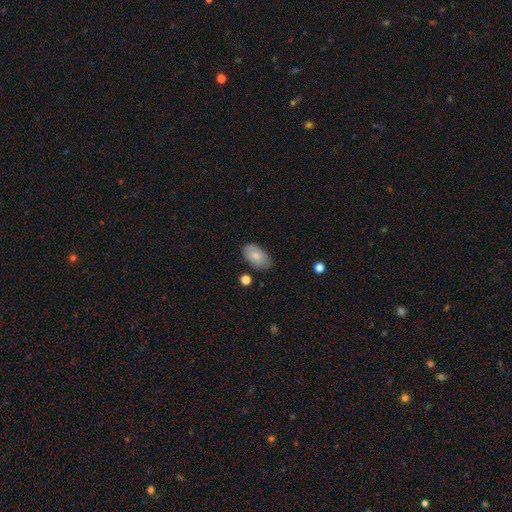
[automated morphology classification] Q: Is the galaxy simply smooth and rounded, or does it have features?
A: smooth — 79%.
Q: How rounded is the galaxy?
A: in between — 94%.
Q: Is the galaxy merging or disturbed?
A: none — 77%.